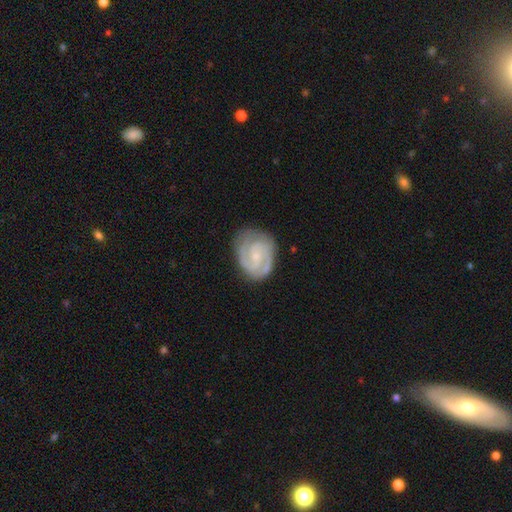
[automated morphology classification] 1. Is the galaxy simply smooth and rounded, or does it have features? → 86% featured or disk, 10% smooth, 5% star or artifact.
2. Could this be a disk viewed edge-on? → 98% no, 2% yes.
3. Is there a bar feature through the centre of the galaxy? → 57% no, 37% weak, 6% strong.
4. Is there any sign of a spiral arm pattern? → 97% yes, 3% no.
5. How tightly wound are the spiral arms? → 56% tight, 37% medium, 7% loose.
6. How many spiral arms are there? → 61% 2, 20% 3, 10% can't tell, 3% 1, 3% 4, 3% more than 4.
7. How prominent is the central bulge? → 74% small, 18% moderate, 7% none, 1% large, 1% dominant.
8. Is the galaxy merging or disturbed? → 76% none, 17% minor disturbance, 5% major disturbance, 1% merger.